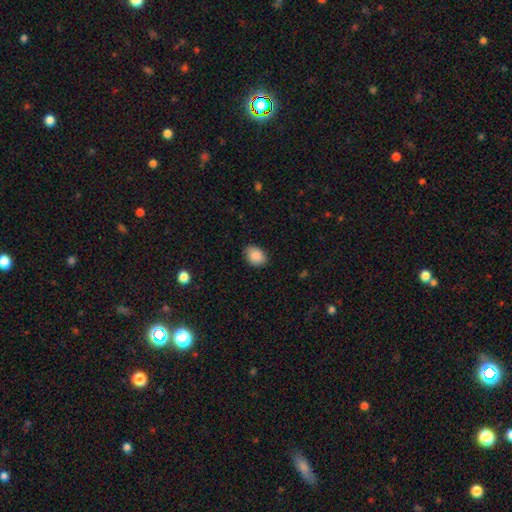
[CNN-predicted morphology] smooth-or-featured: smooth: 89% | star or artifact: 8% | featured or disk: 4%
  how-rounded: in between: 68% | round: 31% | cigar-shaped: 1%
  merging: none: 81% | minor disturbance: 15% | major disturbance: 3% | merger: 1%